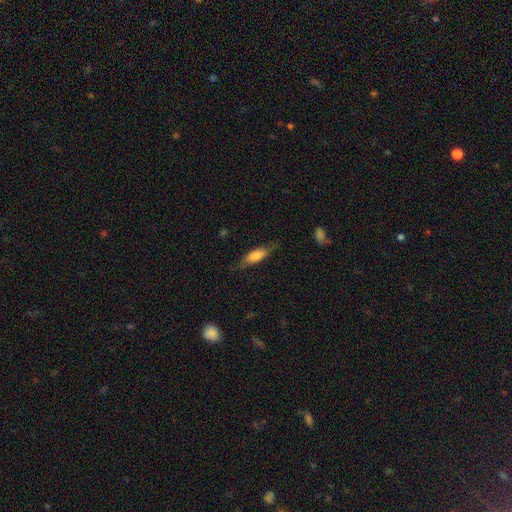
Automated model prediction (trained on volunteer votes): This appears to be a smooth galaxy with no disk features (70%) that is in between round and cigar-shaped (56%). Merging: none (72%).